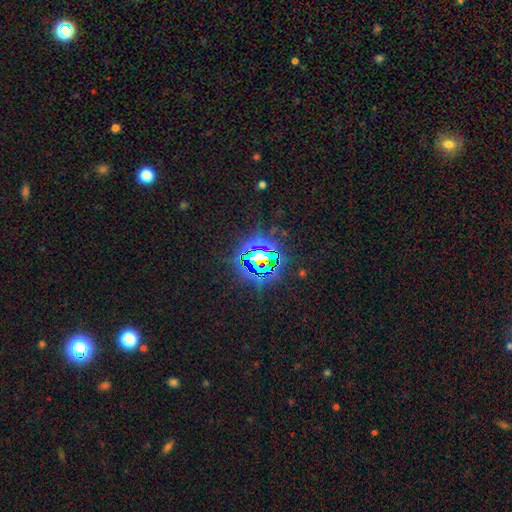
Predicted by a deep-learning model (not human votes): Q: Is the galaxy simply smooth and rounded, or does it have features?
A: star or artifact — 80%.